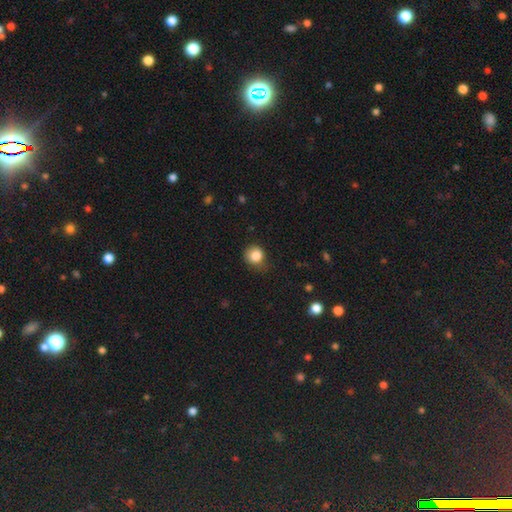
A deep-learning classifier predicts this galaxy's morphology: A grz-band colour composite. It shows a smooth galaxy with no disk features (84%) that is round (81%). Merging: none (65%).